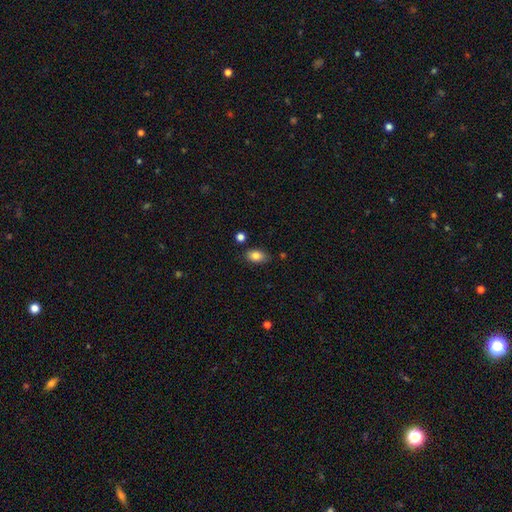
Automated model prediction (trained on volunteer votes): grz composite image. It shows a smooth galaxy with no disk features (83%) that is in between round and cigar-shaped (87%). Merging: none (80%).